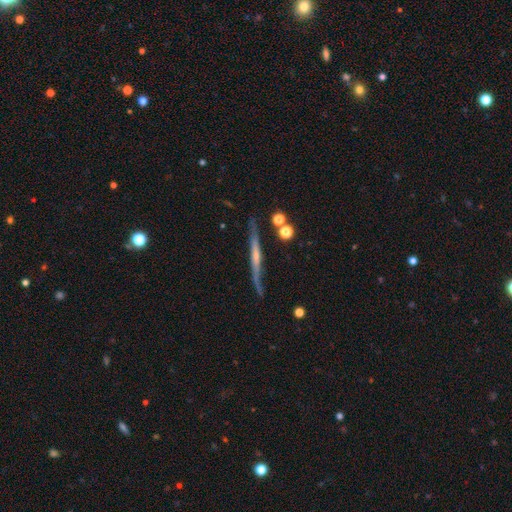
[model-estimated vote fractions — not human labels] smooth_or_featured: featured or disk (p=0.71) [alt: smooth p=0.22]
disk_edge_on: yes (p=0.94) [alt: no p=0.06]
edge_on_bulge: none (p=0.57) [alt: rounded p=0.34]
merging: none (p=0.75) [alt: minor disturbance p=0.17]